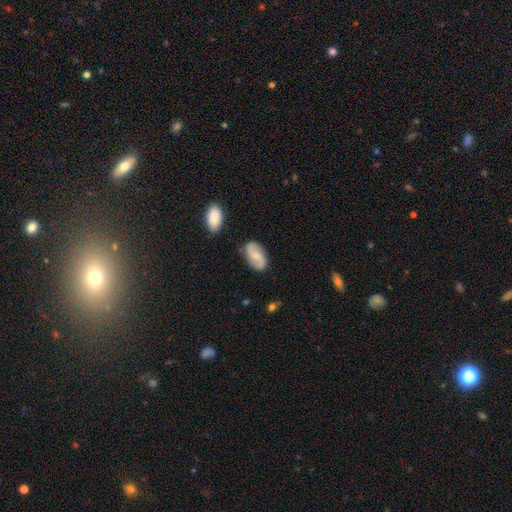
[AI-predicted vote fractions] A featured or disk galaxy (55%) with no bar (52%), spiral arms (90%) and a small central bulge (52%). Merging: none (80%).